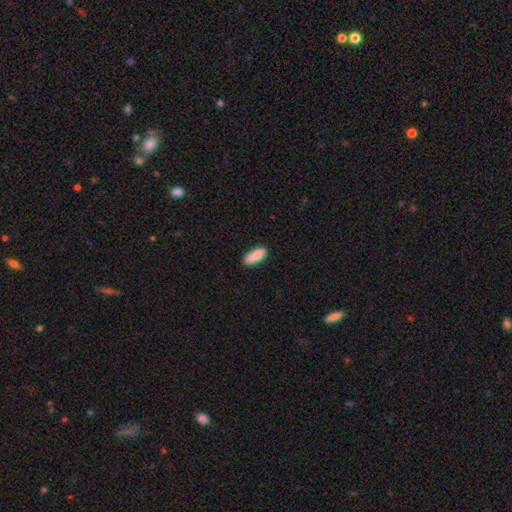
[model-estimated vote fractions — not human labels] Smooth or featured? smooth (89%)
How rounded? in between (70%)
Merging? none (88%)